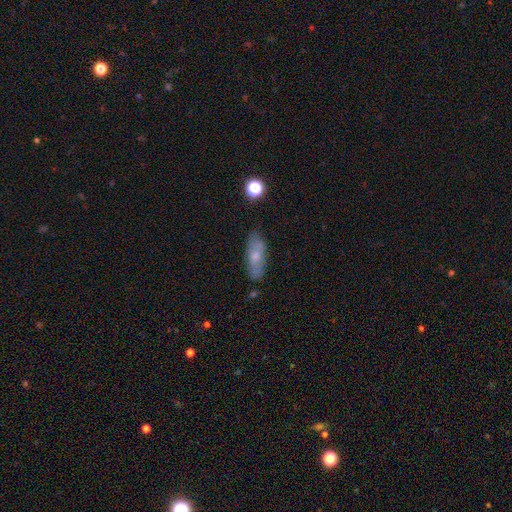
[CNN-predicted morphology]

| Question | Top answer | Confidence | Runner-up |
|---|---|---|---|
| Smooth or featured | smooth | 60% | featured or disk (32%) |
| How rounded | in between | 66% | cigar-shaped (31%) |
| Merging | none | 76% | minor disturbance (17%) |